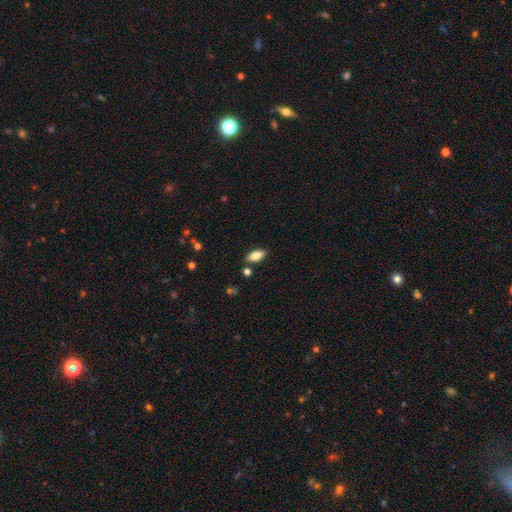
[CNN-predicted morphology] smooth 81%, featured or disk 12%, star or artifact 7%. Down the decision tree: how rounded — in between (84%); merging — none (85%).